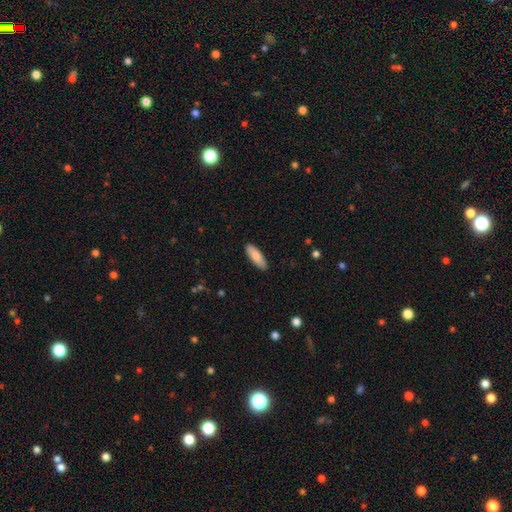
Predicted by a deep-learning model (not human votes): Smooth or featured? smooth (84%)
How rounded? in between (58%)
Merging? none (89%)